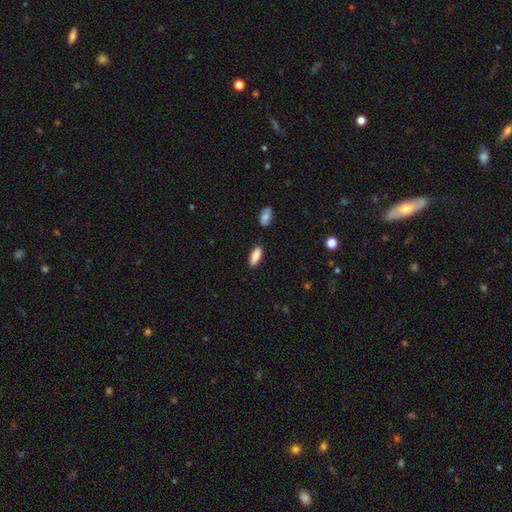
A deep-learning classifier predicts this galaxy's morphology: This is clearly a smooth galaxy (88%). How rounded: likely in between (79%). Merging: clearly none (85%).